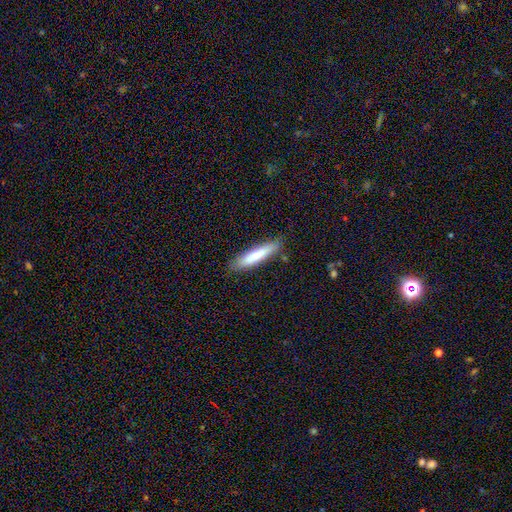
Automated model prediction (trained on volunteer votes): Q: Smooth or featured?
A: smooth (72%); runner-up: featured or disk (22%)
Q: How rounded?
A: cigar-shaped (85%); runner-up: in between (13%)
Q: Merging?
A: none (86%); runner-up: minor disturbance (10%)